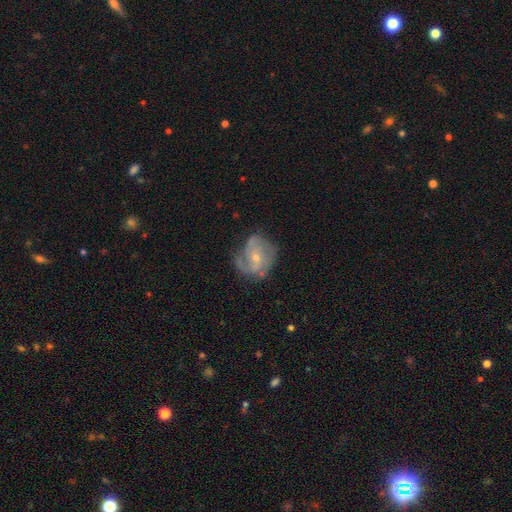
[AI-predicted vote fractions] Morphology: type=featured or disk (75%); edge-on=no (98%); bar=no (64%); spiral arms=yes (87%); winding=medium (45%); arm count=2 (40%); bulge=small (59%); merging=none (55%).